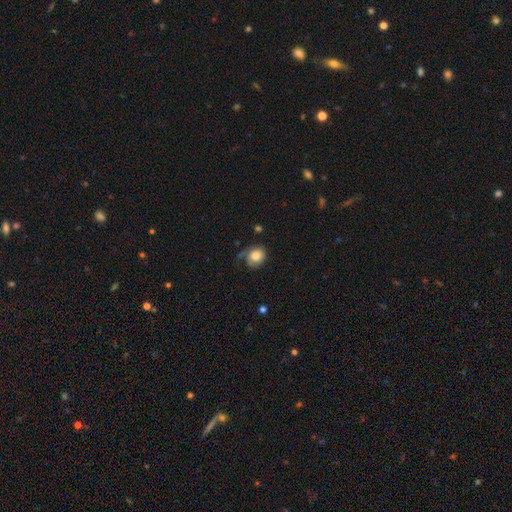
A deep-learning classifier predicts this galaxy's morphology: smooth_or_featured: smooth (p=0.71) [alt: featured or disk p=0.21]
how_rounded: round (p=0.61) [alt: in between p=0.38]
merging: none (p=0.49) [alt: minor disturbance p=0.27]